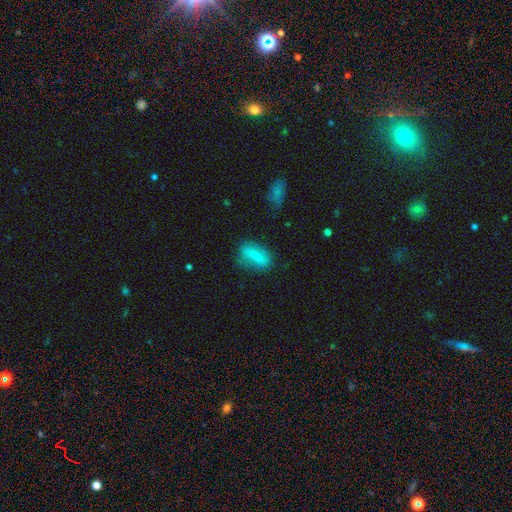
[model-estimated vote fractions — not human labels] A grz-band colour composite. It shows a smooth galaxy with no disk features (63%) that is in between round and cigar-shaped (55%). Merging: none (73%).